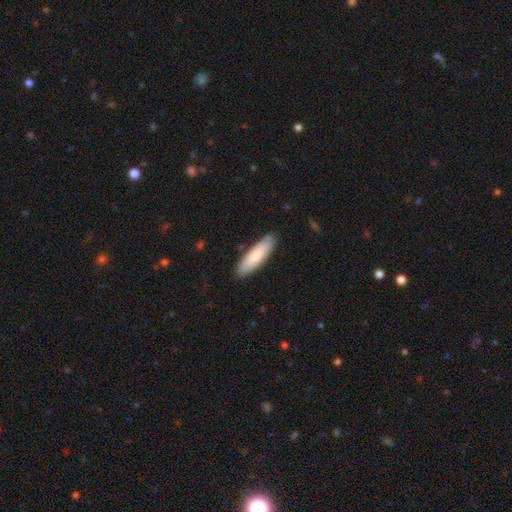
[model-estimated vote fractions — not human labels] A smooth galaxy with no disk features (78%) that is cigar-shaped (54%).

Vote fractions:
- Smooth or featured? smooth: 78% / featured or disk: 17% / star or artifact: 5%
- How rounded? cigar-shaped: 54% / in between: 45% / round: 1%
- Merging? none: 84% / minor disturbance: 12% / major disturbance: 2% / merger: 2%